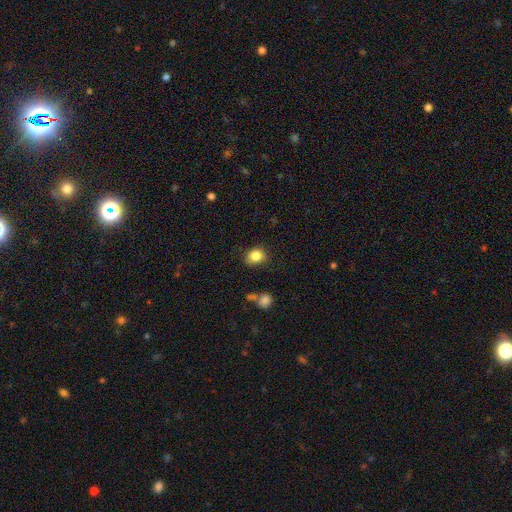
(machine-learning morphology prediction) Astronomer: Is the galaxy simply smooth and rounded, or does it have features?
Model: smooth — 83%.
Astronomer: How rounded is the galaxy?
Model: round — 53% (runner-up: in between, 46%).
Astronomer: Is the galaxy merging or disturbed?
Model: none — 75%.